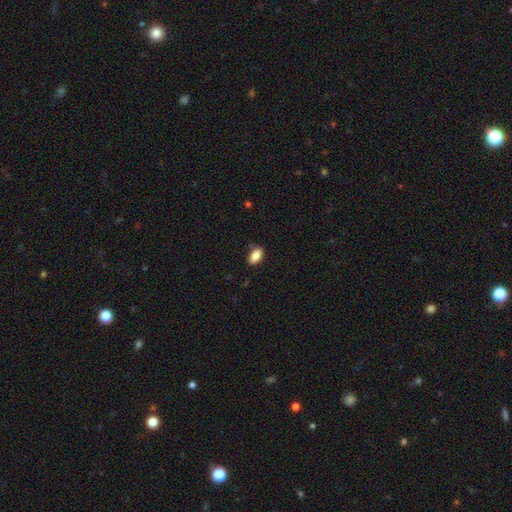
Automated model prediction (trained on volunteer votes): smooth_or_featured: smooth (p=0.86) [alt: star or artifact p=0.08]
how_rounded: in between (p=0.91) [alt: round p=0.05]
merging: none (p=0.79) [alt: minor disturbance p=0.16]